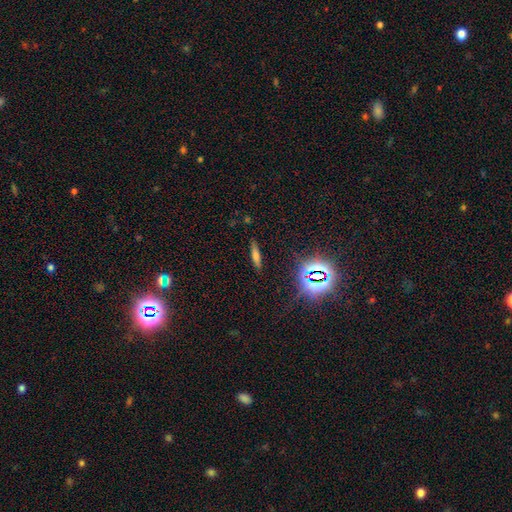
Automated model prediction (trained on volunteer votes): Smooth or featured: smooth — 56% (featured or disk — 23%)
How rounded: cigar-shaped — 77% (in between — 19%)
Merging: none — 86% (minor disturbance — 9%)